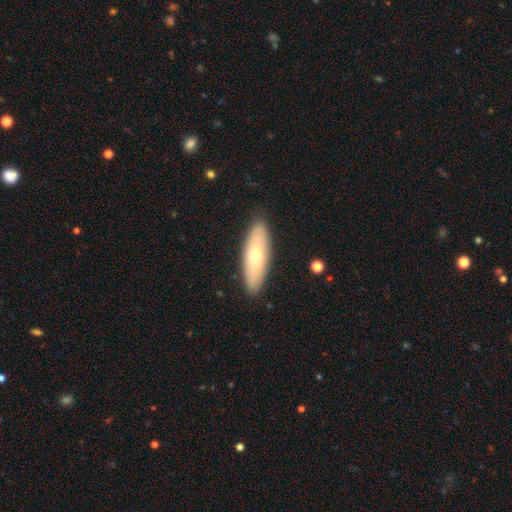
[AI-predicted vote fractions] This appears to be a smooth galaxy with no disk features (62%) that is in between round and cigar-shaped (50%). Merging: none (88%).